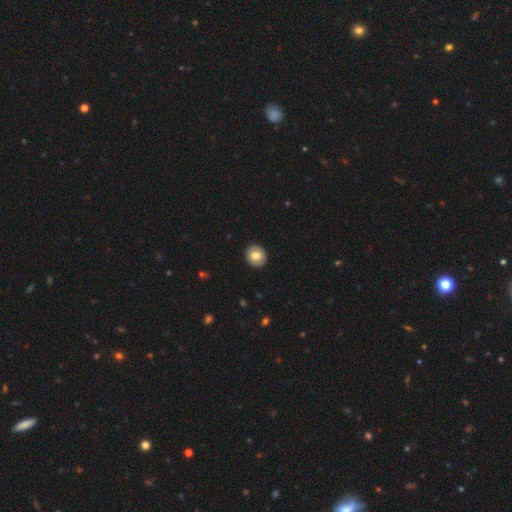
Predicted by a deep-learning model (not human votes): Smooth or featured? Predicted: smooth (p=0.77). How rounded? Predicted: round (p=0.80). Merging? Predicted: none (p=0.92).